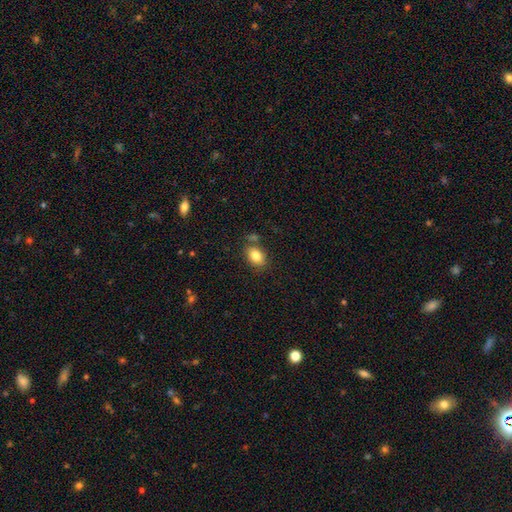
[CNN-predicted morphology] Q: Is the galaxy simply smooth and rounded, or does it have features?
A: smooth — 83%.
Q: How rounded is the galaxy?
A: in between — 80%.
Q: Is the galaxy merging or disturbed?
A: none — 75%.